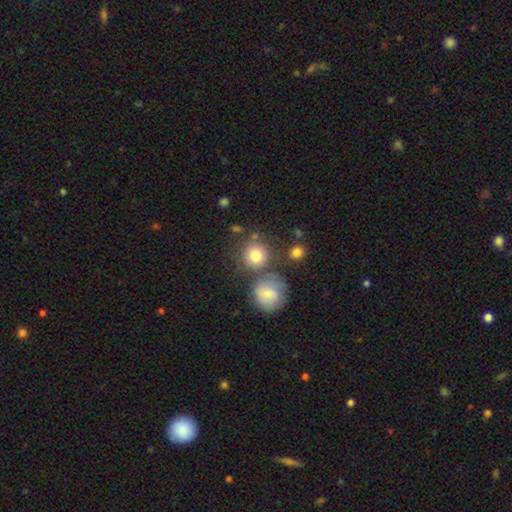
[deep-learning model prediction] This appears to be a smooth galaxy with no disk features (80%) that is round (89%). Merging: none (66%).